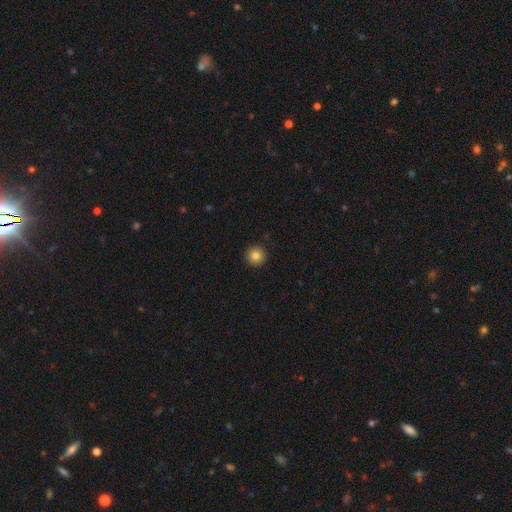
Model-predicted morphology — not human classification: A smooth galaxy with no disk features (84%) that is round (95%).

Vote fractions:
- Smooth or featured? smooth: 84% / star or artifact: 10% / featured or disk: 6%
- How rounded? round: 95% / in between: 4% / cigar-shaped: 1%
- Merging? none: 93% / minor disturbance: 5% / major disturbance: 1% / merger: 1%